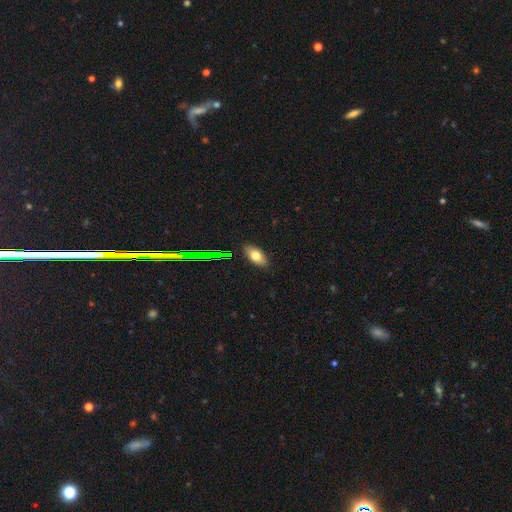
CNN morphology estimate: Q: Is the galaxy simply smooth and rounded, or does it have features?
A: smooth — 75%.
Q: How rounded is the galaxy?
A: in between — 90%.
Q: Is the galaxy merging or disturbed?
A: none — 87%.